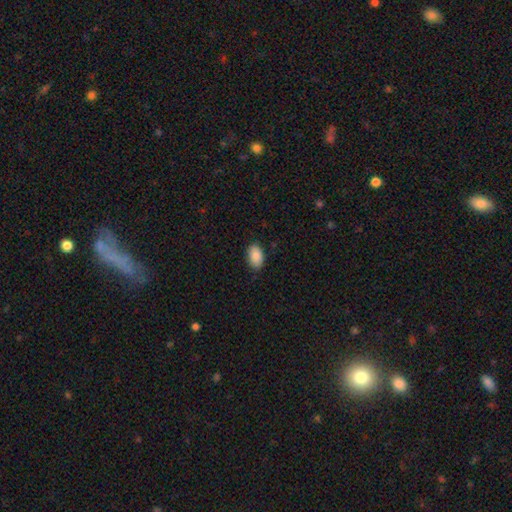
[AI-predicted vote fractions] A smooth galaxy with no disk features (89%) that is in between round and cigar-shaped (91%). Merging: none (85%).